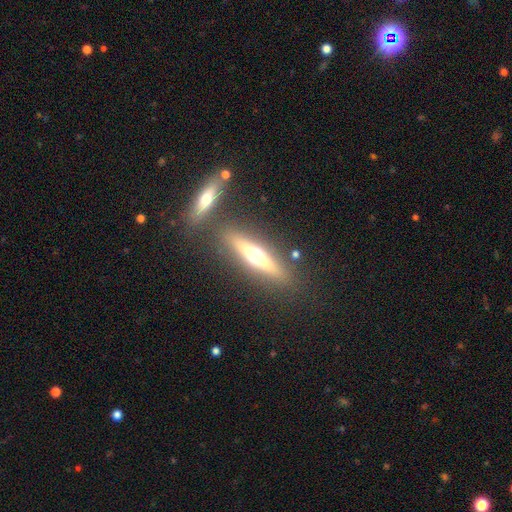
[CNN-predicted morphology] This is possibly a featured or disk galaxy (60%). It is clearly viewed edge-on (91%). Edge-on bulge: clearly rounded (94%). Merging: likely none (79%).